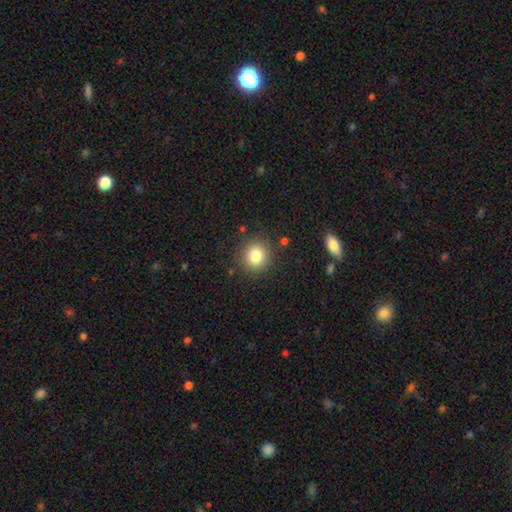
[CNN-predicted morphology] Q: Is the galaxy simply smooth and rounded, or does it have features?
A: smooth — 82%.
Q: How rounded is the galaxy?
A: round — 88%.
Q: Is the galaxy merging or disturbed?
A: none — 87%.